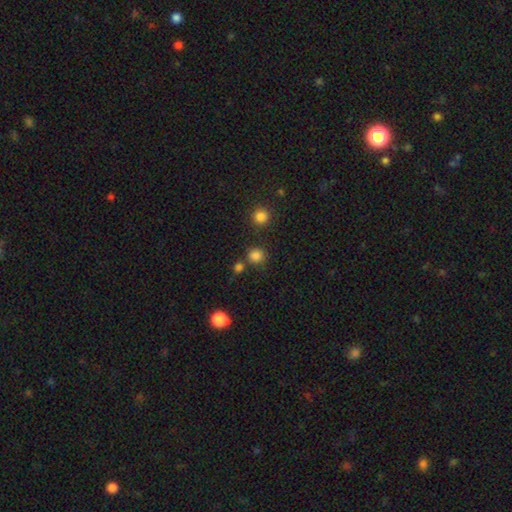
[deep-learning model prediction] Overall: smooth (82%). How rounded: round (88%). Merging: none (77%).